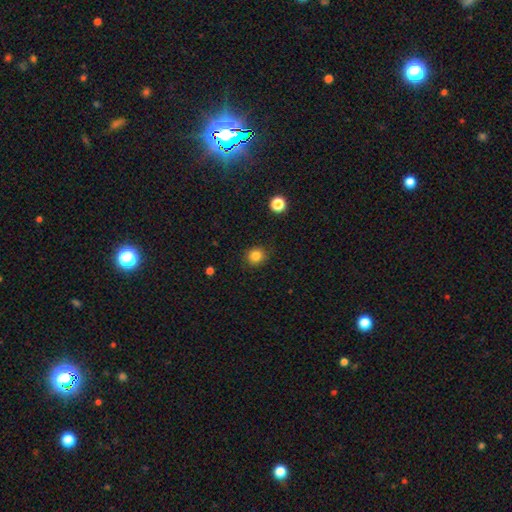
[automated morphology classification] This is clearly a smooth galaxy (84%). How rounded: clearly round (85%). Merging: clearly none (86%).